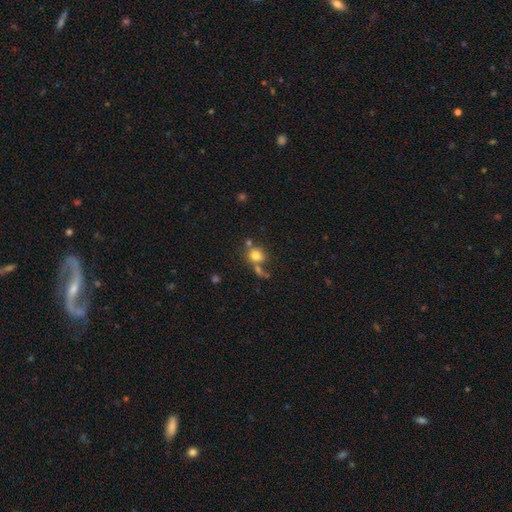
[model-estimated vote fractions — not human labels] A smooth galaxy with no disk features (76%) that is round (77%). Merging: none (49%).